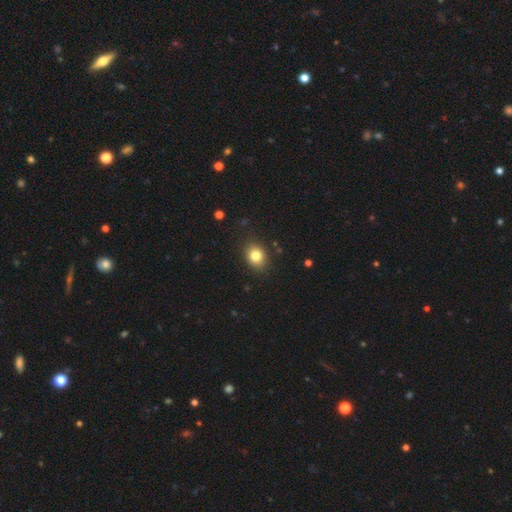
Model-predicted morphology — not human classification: Smooth or featured? Predicted: smooth (p=0.82). How rounded? Predicted: in between (p=0.51). Merging? Predicted: none (p=0.87).